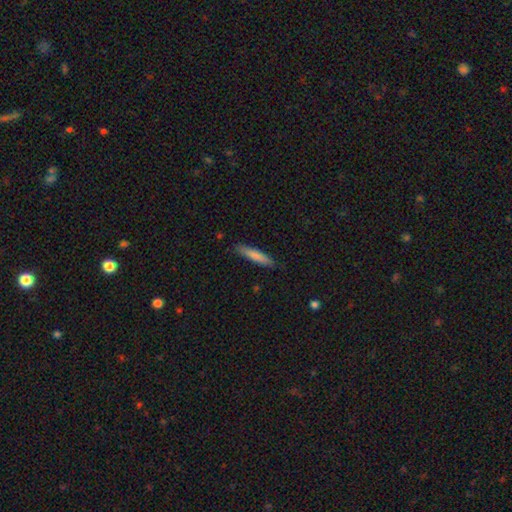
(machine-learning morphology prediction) type=smooth (80%); roundness=cigar-shaped (88%); merging=none (87%).